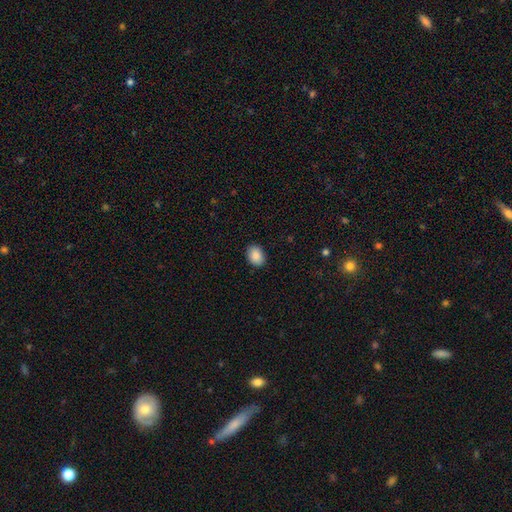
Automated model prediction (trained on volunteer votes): Smooth or featured: smooth — 88% (star or artifact — 8%)
How rounded: in between — 65% (round — 34%)
Merging: none — 88% (minor disturbance — 9%)